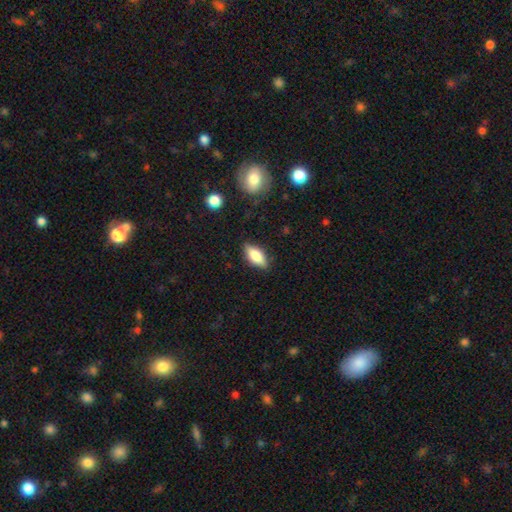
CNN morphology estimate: smooth 73%, featured or disk 19%, star or artifact 7%. Down the decision tree: how rounded — in between (79%); merging — none (84%).